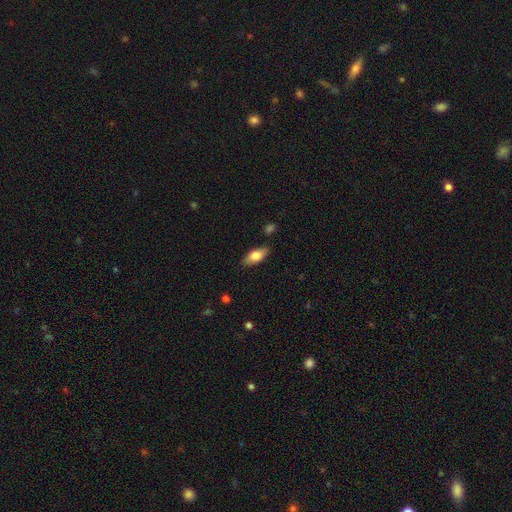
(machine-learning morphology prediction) The model was most divided on "smooth or featured": smooth: 74%, featured or disk: 20%, star or artifact: 6%. More confident: merging — none (85%); how rounded — in between (81%).